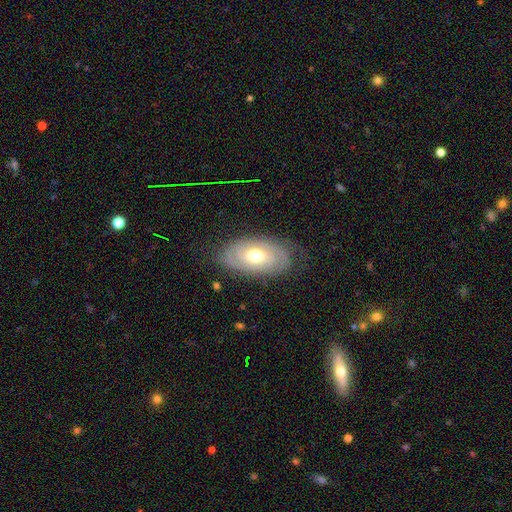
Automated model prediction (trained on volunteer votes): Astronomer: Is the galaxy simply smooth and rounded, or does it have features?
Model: featured or disk — 72%.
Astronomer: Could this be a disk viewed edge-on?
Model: no — 93%.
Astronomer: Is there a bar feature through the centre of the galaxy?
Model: no — 77%.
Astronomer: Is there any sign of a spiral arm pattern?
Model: yes — 83%.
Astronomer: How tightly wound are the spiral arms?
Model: tight — 70%.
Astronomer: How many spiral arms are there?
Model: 2 — 44% (runner-up: can't tell, 37%).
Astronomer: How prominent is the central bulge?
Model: moderate — 75%.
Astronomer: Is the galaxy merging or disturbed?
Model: none — 76%.